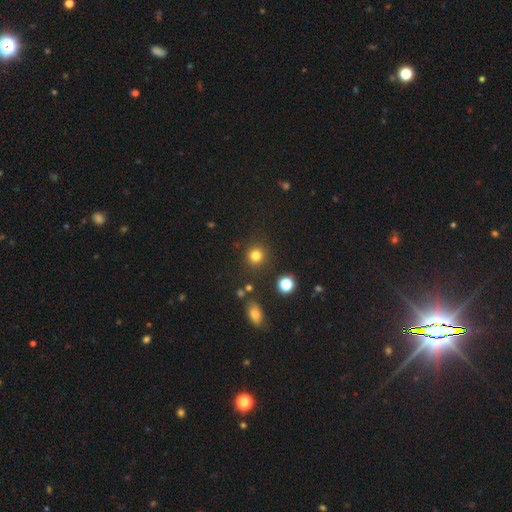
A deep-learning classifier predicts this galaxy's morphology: Overall: smooth (80%). How rounded: round (91%). Merging: none (87%).